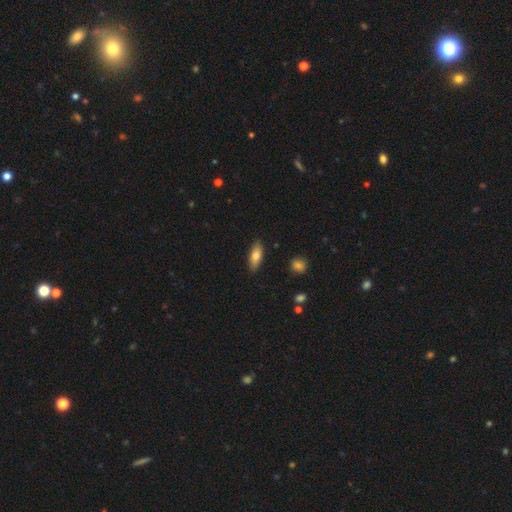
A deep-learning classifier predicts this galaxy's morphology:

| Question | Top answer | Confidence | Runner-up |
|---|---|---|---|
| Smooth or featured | smooth | 77% | featured or disk (17%) |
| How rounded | in between | 69% | cigar-shaped (28%) |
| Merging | none | 87% | minor disturbance (10%) |